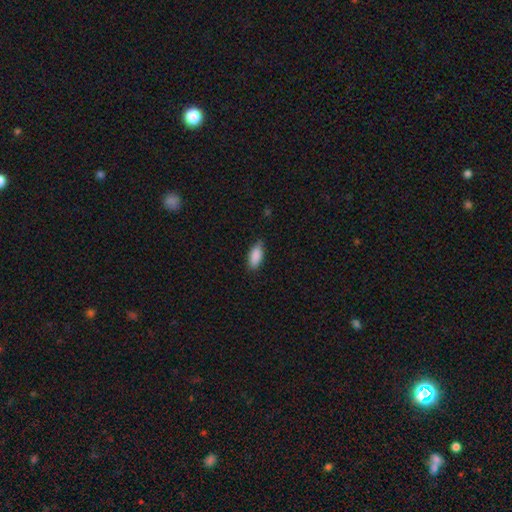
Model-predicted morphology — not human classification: smooth_or_featured: smooth (p=0.89) [alt: star or artifact p=0.06]
how_rounded: in between (p=0.86) [alt: cigar-shaped p=0.12]
merging: none (p=0.80) [alt: minor disturbance p=0.17]